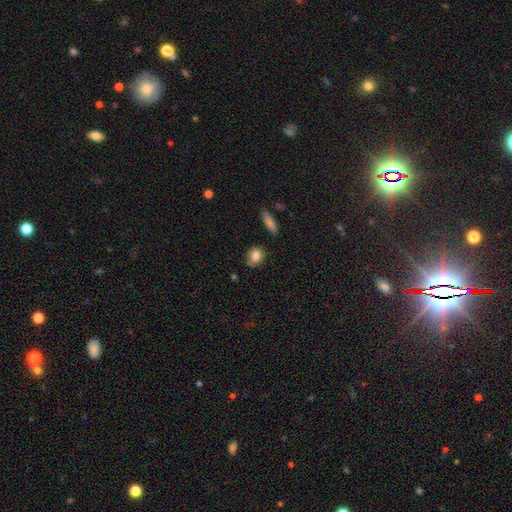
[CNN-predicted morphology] The model was most divided on "how rounded": round: 59%, in between: 39%, cigar-shaped: 2%. More confident: smooth or featured — smooth (81%); merging — none (73%).